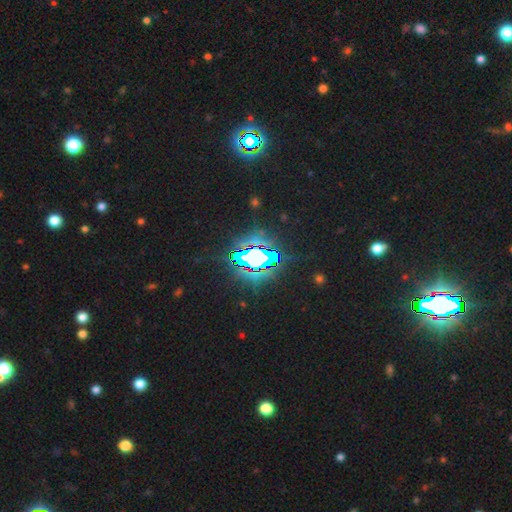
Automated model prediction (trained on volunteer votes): Smooth or featured? Predicted: star or artifact (p=0.75).